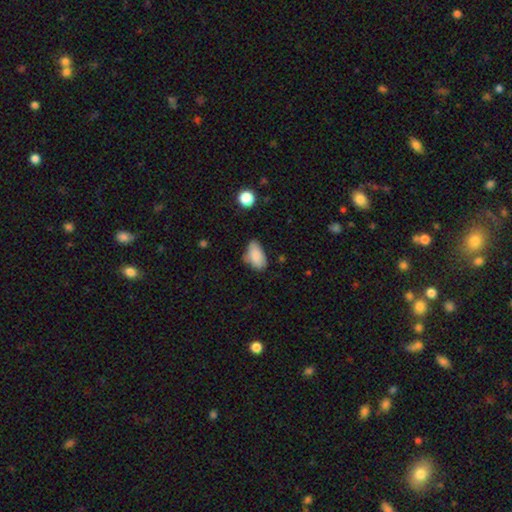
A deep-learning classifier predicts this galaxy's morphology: The model was most divided on "merging": none: 54%, minor disturbance: 35%, major disturbance: 7%, merger: 4%. More confident: how rounded — in between (92%); smooth or featured — smooth (85%).